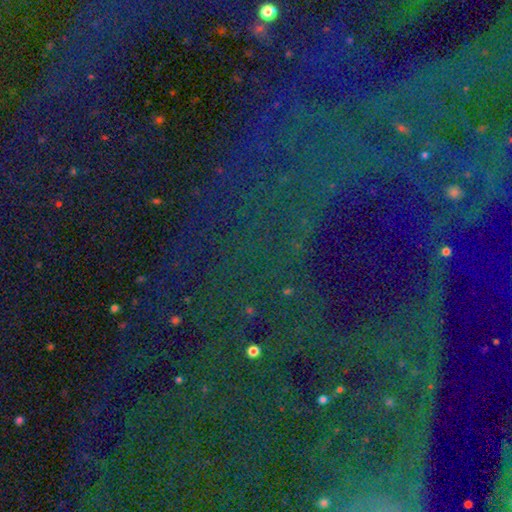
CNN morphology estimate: Smooth or featured? Predicted: star or artifact (p=0.84).